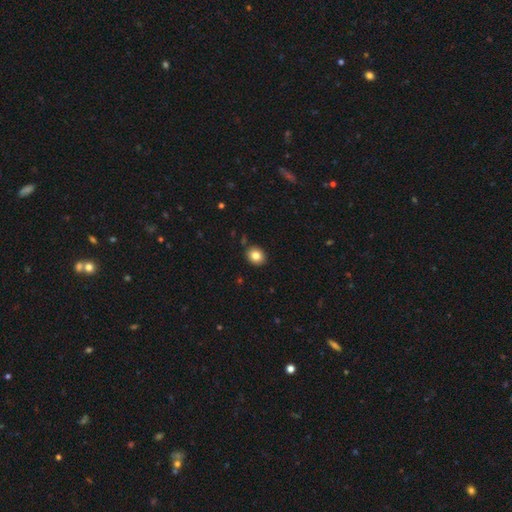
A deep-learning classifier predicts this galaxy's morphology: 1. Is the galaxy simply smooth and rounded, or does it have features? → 83% smooth, 10% star or artifact, 7% featured or disk.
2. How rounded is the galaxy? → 61% round, 39% in between, 1% cigar-shaped.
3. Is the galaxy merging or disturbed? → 88% none, 8% minor disturbance, 2% merger, 2% major disturbance.